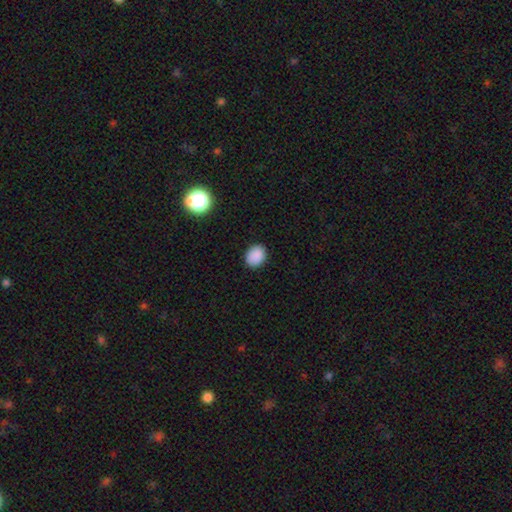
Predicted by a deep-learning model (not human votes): A smooth galaxy with no disk features (88%) that is in between round and cigar-shaped (53%).

Vote fractions:
- Smooth or featured? smooth: 88% / star or artifact: 9% / featured or disk: 3%
- How rounded? in between: 53% / round: 46% / cigar-shaped: 1%
- Merging? none: 87% / minor disturbance: 9% / major disturbance: 2% / merger: 1%